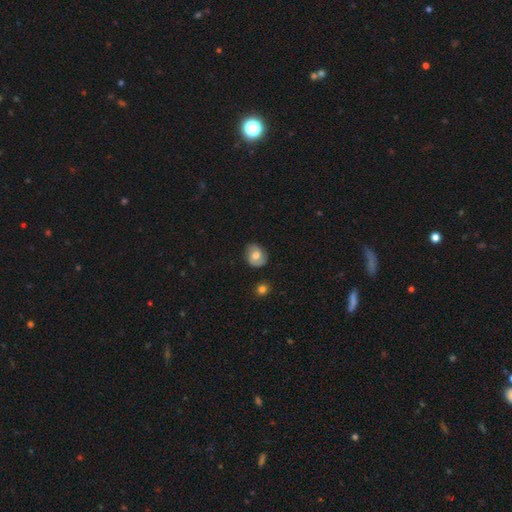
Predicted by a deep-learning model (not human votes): smooth_or_featured: smooth (p=0.63) [alt: featured or disk p=0.29]
how_rounded: round (p=0.59) [alt: in between p=0.40]
merging: none (p=0.78) [alt: minor disturbance p=0.17]